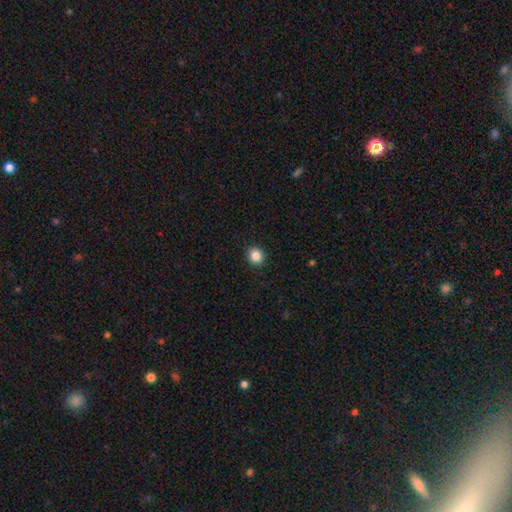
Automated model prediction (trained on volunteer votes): Morphology: type=smooth (86%); roundness=round (82%); merging=none (92%).